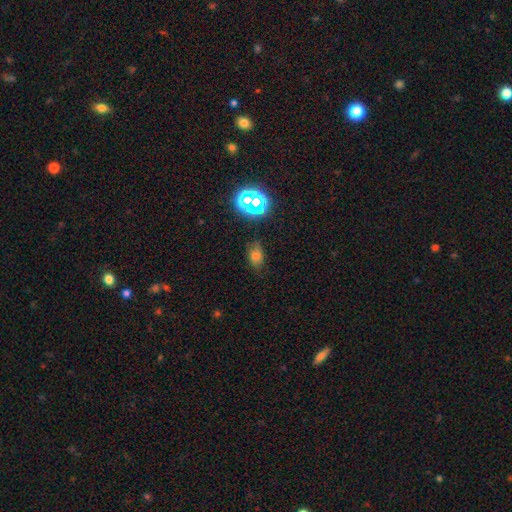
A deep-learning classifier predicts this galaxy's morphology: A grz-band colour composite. It shows a smooth galaxy with no disk features (65%) that is in between round and cigar-shaped (80%). Merging: none (69%).